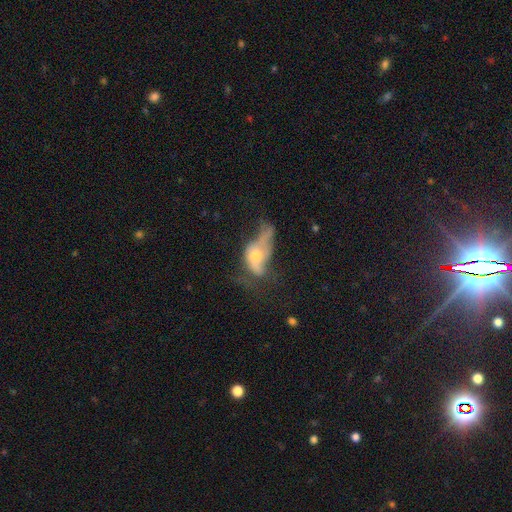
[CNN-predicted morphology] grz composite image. It shows a smooth galaxy with no disk features (46%). Merging: major disturbance (49%).